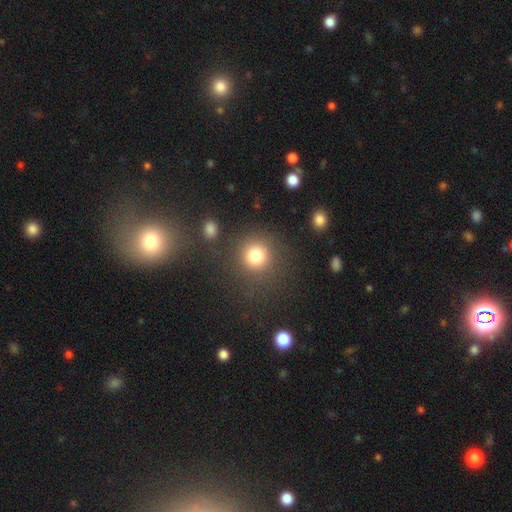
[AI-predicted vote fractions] smooth 81%, star or artifact 13%, featured or disk 7%. Down the decision tree: how rounded — round (91%); merging — none (81%).